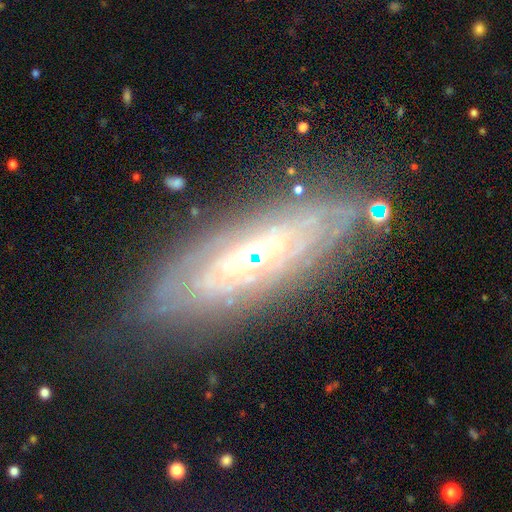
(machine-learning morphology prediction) Smooth or featured: featured or disk — 77% (smooth — 14%)
Edge-on disk: no — 71% (yes — 29%)
Bar: no — 72% (weak — 19%)
Spiral arms: yes — 67% (no — 33%)
Bulge size: moderate — 48% (small — 36%)
Merging: none — 74% (minor disturbance — 16%)